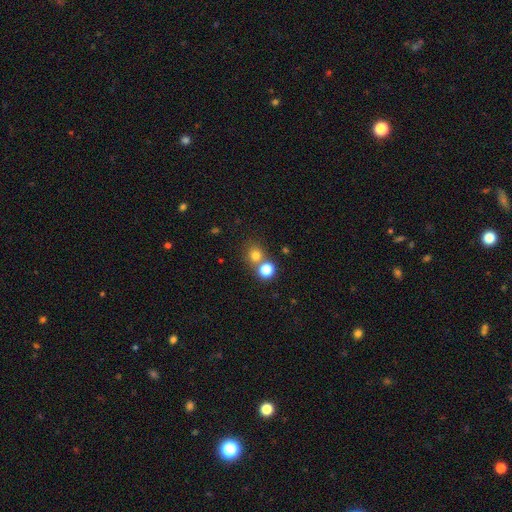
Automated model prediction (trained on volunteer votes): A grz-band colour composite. It shows a smooth galaxy with no disk features (76%) that is round (86%). Merging: none (58%).